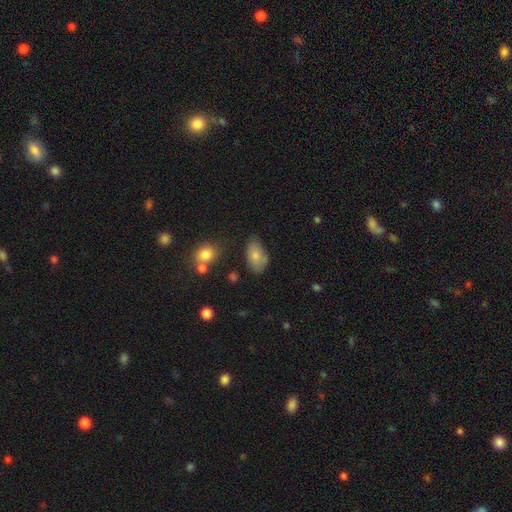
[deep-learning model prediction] Smooth or featured: smooth — 77% (featured or disk — 15%)
How rounded: in between — 91% (round — 7%)
Merging: none — 62% (minor disturbance — 27%)